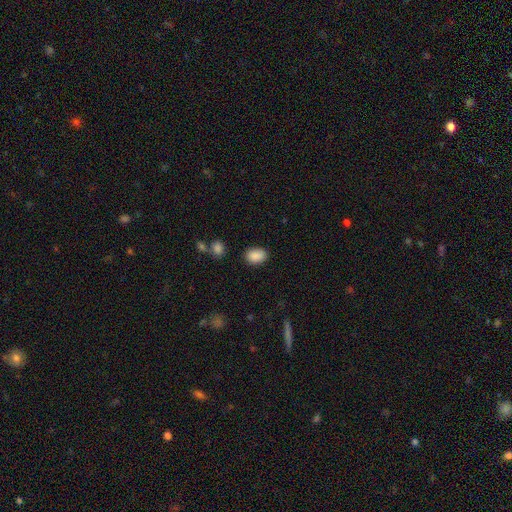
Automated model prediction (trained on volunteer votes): This is clearly a smooth galaxy (88%). How rounded: likely in between (80%). Merging: clearly none (84%).